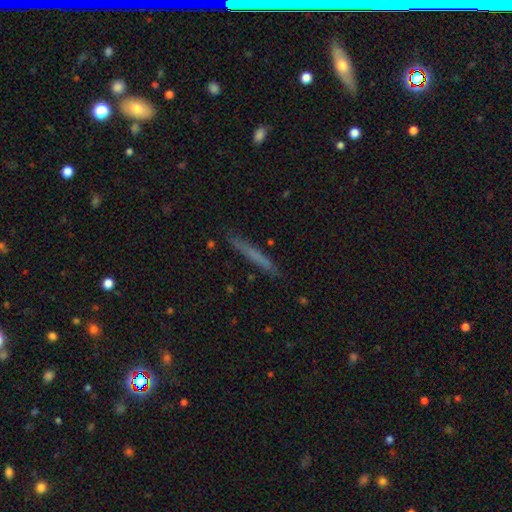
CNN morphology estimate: smooth 59%, featured or disk 33%, star or artifact 8%. Down the decision tree: how rounded — cigar-shaped (96%); merging — none (87%).